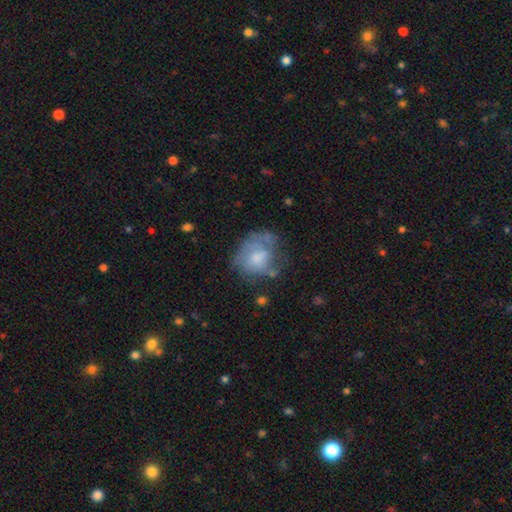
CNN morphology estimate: Q: Smooth or featured?
A: smooth (46%); runner-up: featured or disk (44%)
Q: Merging?
A: none (45%); runner-up: minor disturbance (27%)